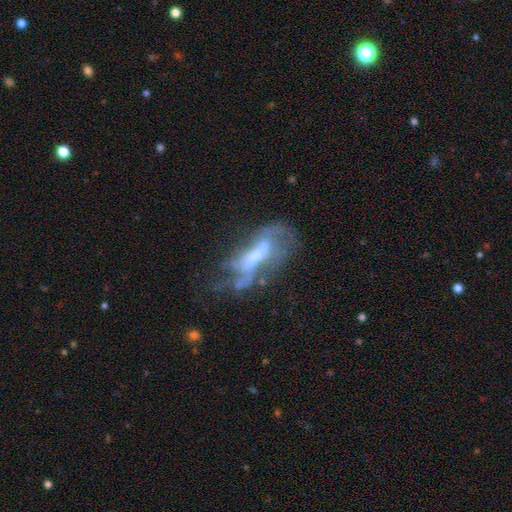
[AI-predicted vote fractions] smooth-or-featured: featured or disk: 65% | smooth: 24% | star or artifact: 11%
  disk-edge-on: no: 84% | yes: 16%
    bar: no: 44% | weak: 30% | strong: 26%
    has-spiral-arms: no: 54% | yes: 46%
    bulge-size: moderate: 34% | small: 29% | none: 25% | large: 10% | dominant: 2%
  merging: major disturbance: 38% | none: 29% | minor disturbance: 18% | merger: 16%